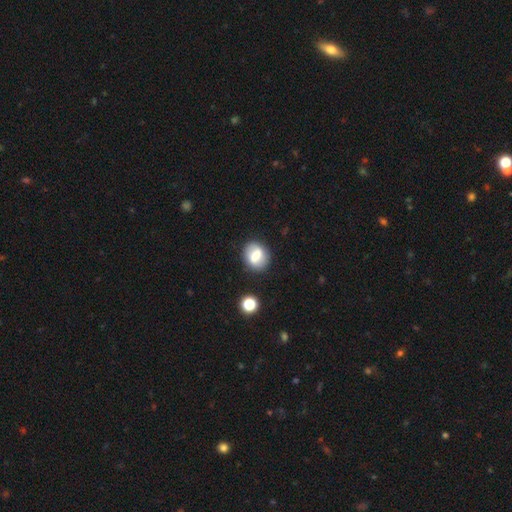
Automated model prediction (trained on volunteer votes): This is possibly a smooth galaxy (60%). How rounded: likely round (64%). Merging: clearly none (82%).